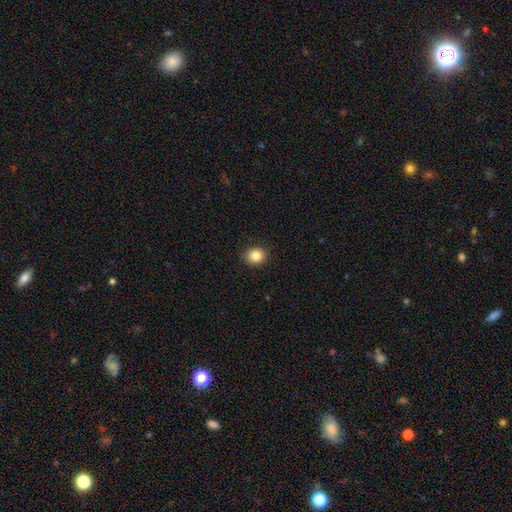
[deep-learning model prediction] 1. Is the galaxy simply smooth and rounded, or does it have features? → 85% smooth, 10% star or artifact, 5% featured or disk.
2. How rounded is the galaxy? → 65% round, 35% in between, 1% cigar-shaped.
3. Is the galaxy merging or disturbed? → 90% none, 7% minor disturbance, 2% major disturbance, 1% merger.